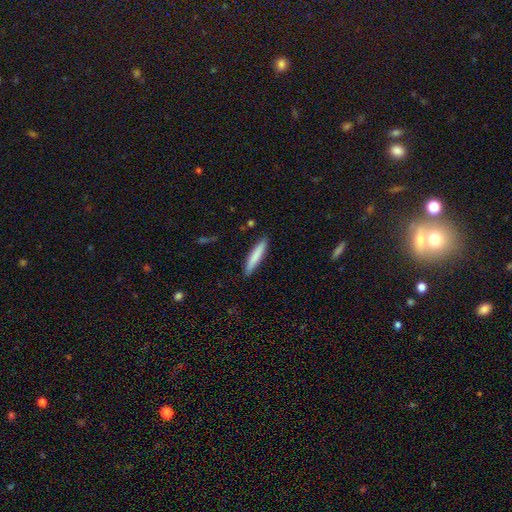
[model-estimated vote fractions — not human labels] Smooth or featured: smooth — 80% (featured or disk — 14%)
How rounded: cigar-shaped — 89% (in between — 9%)
Merging: none — 89% (minor disturbance — 8%)